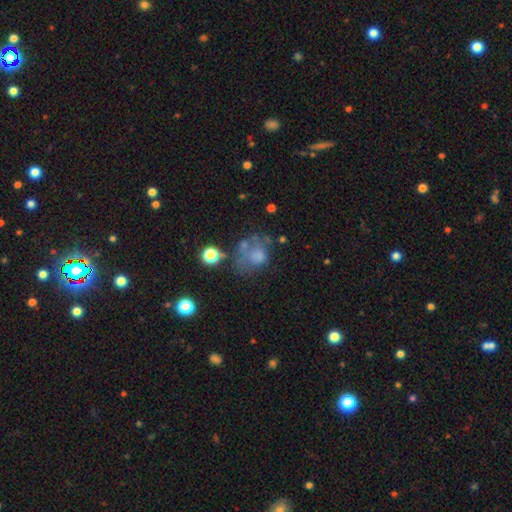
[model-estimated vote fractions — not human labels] A smooth galaxy with no disk features (52%) that is round (58%).

Vote fractions:
- Smooth or featured? smooth: 52% / featured or disk: 32% / star or artifact: 17%
- How rounded? round: 58% / in between: 40% / cigar-shaped: 1%
- Merging? none: 32% / major disturbance: 31% / minor disturbance: 21% / merger: 15%